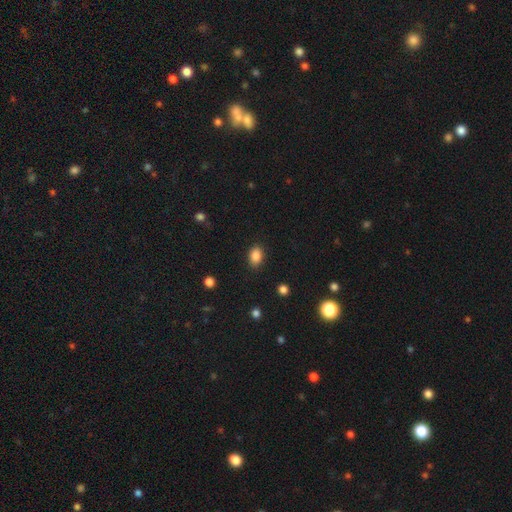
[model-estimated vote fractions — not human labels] A smooth galaxy with no disk features (87%) that is in between round and cigar-shaped (79%). Merging: none (87%).